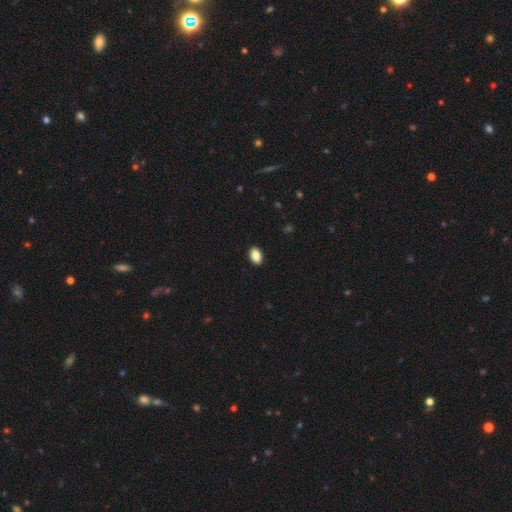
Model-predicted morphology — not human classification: The model was most divided on "smooth or featured": smooth: 86%, star or artifact: 8%, featured or disk: 6%. More confident: merging — none (90%); how rounded — in between (89%).